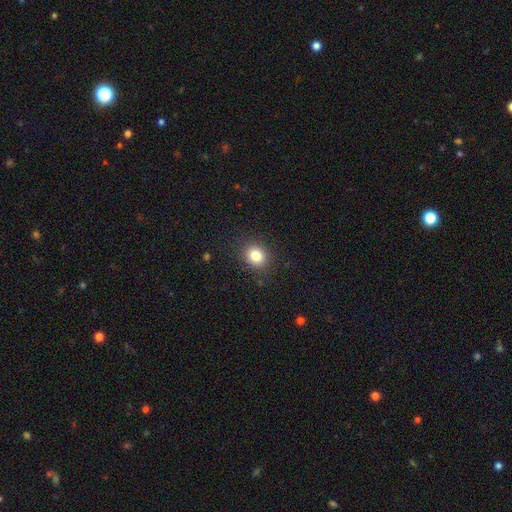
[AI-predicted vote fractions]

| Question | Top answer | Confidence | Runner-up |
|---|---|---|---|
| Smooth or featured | smooth | 82% | star or artifact (11%) |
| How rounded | round | 71% | in between (28%) |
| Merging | none | 88% | minor disturbance (8%) |